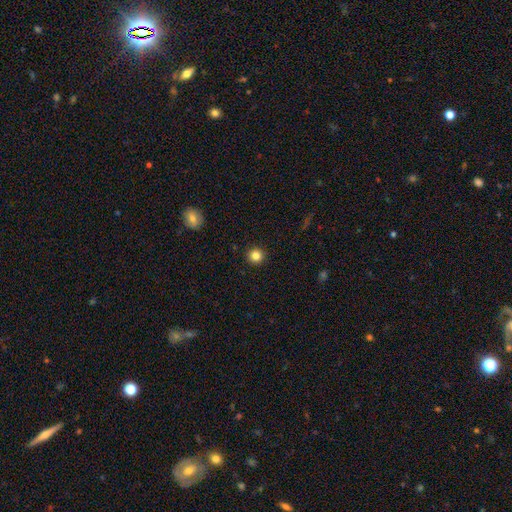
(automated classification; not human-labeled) This appears to be a smooth galaxy with no disk features (83%) that is round (95%). Merging: none (93%).